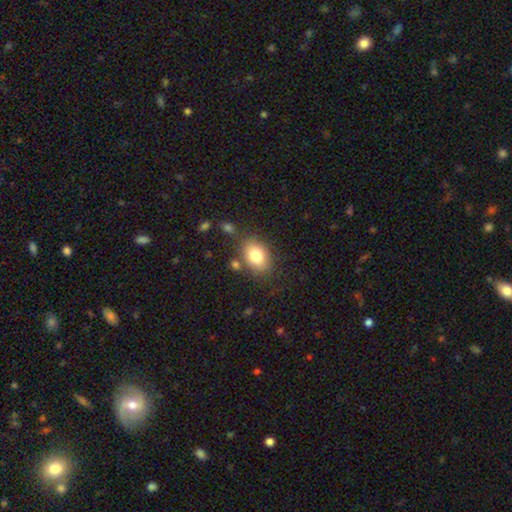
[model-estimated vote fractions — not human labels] Smooth or featured? smooth (80%)
How rounded? in between (78%)
Merging? none (76%)